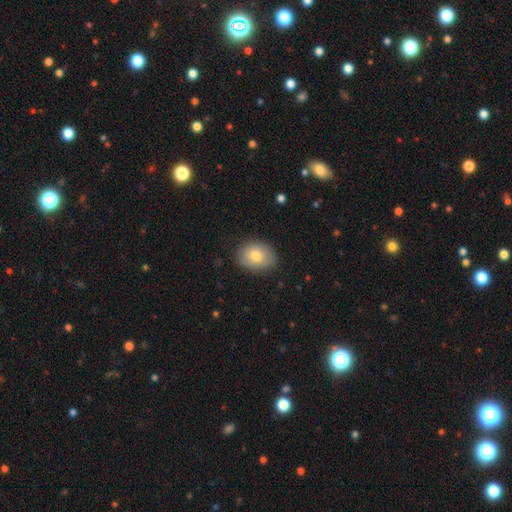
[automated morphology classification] Smooth or featured: smooth — 78% (featured or disk — 14%)
How rounded: in between — 64% (round — 35%)
Merging: none — 83% (minor disturbance — 13%)